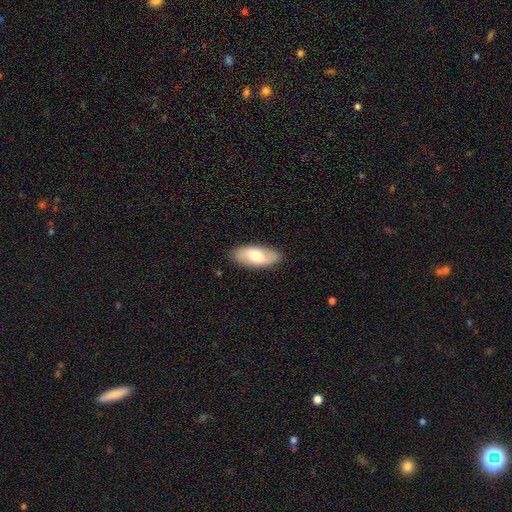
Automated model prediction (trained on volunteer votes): This is likely a smooth galaxy (65%). How rounded: clearly in between (86%). Merging: clearly none (87%).